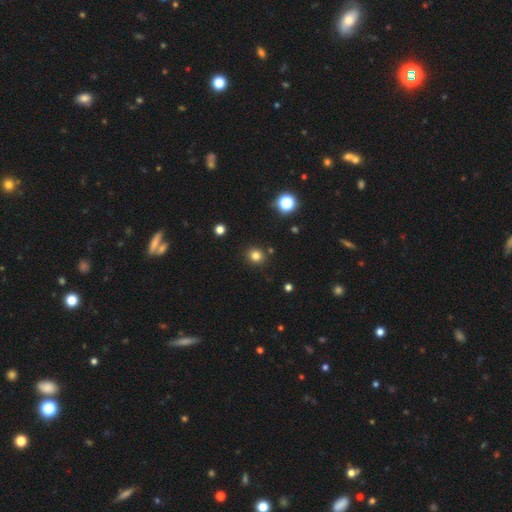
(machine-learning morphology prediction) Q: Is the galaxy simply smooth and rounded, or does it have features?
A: smooth — 80%.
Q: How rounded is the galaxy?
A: round — 85%.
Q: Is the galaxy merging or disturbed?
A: none — 88%.